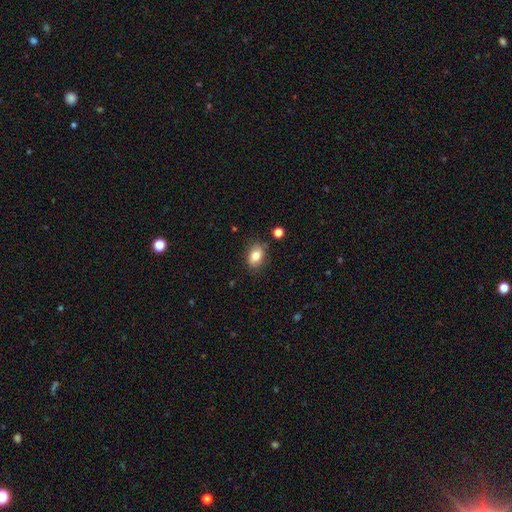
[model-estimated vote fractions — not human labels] Smooth or featured? smooth (81%)
How rounded? in between (78%)
Merging? none (78%)